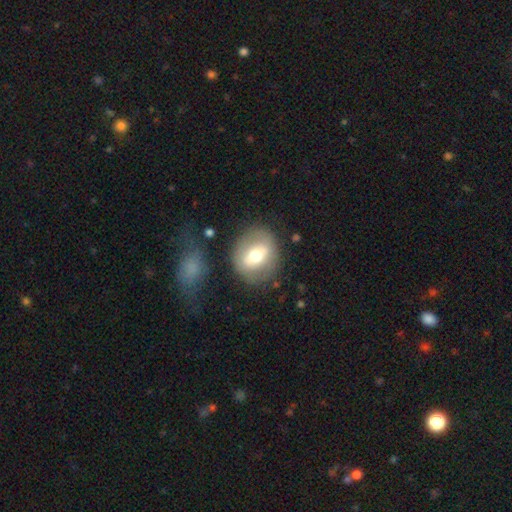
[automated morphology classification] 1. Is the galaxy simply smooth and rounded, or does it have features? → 51% smooth, 41% featured or disk, 8% star or artifact.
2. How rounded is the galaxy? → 67% round, 31% in between, 1% cigar-shaped.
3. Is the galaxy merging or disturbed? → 77% none, 13% minor disturbance, 7% major disturbance, 4% merger.